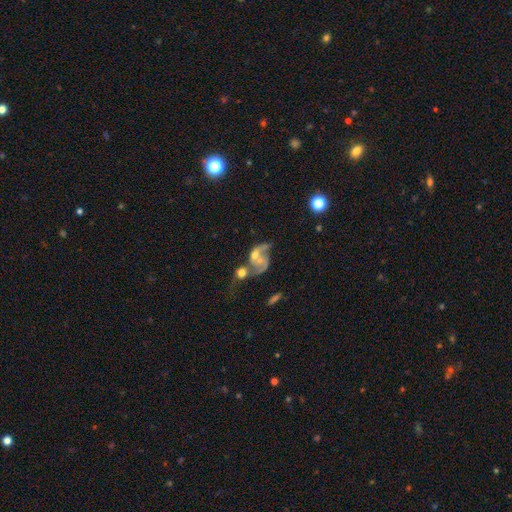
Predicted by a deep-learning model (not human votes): Smooth or featured? Predicted: featured or disk (p=0.72). Edge-on disk? Predicted: no (p=0.97). Bar? Predicted: no (p=0.70). Spiral arms? Predicted: yes (p=0.84). Spiral winding? Predicted: loose (p=0.50). Spiral arm count? Predicted: 2 (p=0.71). Bulge size? Predicted: moderate (p=0.46). Merging? Predicted: merger (p=0.52).